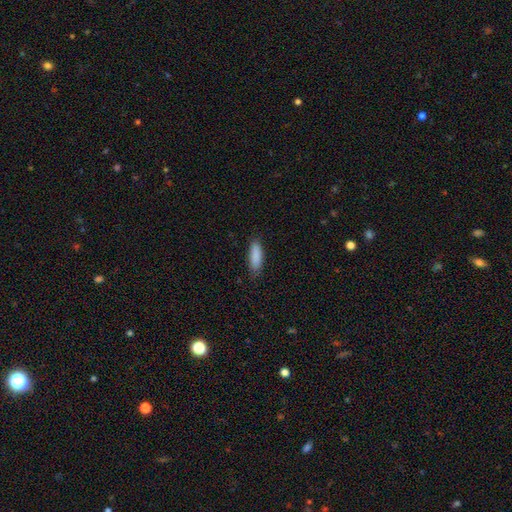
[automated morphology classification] Smooth or featured? Predicted: smooth (p=0.88). How rounded? Predicted: in between (p=0.56). Merging? Predicted: none (p=0.81).